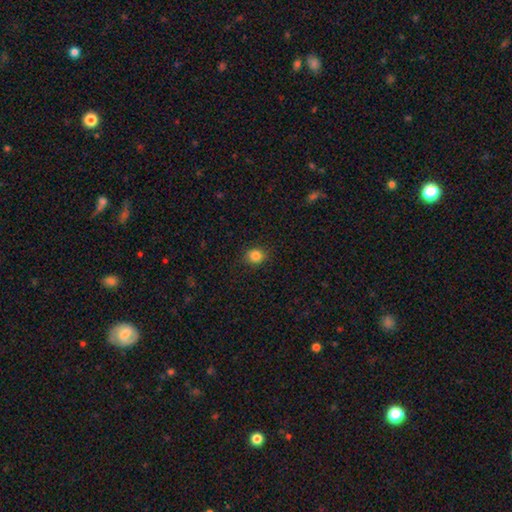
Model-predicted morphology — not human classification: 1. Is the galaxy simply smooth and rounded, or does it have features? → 84% smooth, 11% star or artifact, 5% featured or disk.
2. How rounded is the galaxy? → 80% round, 19% in between, 1% cigar-shaped.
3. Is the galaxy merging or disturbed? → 88% none, 9% minor disturbance, 2% major disturbance, 1% merger.